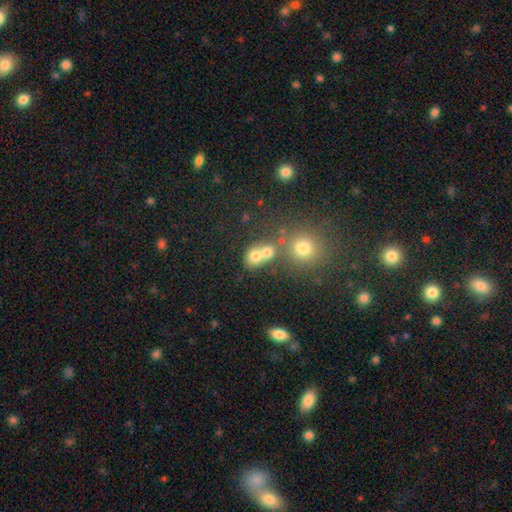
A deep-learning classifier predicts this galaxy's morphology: Q: Smooth or featured?
A: smooth (71%); runner-up: star or artifact (14%)
Q: How rounded?
A: round (68%); runner-up: in between (31%)
Q: Merging?
A: merger (49%); runner-up: none (38%)